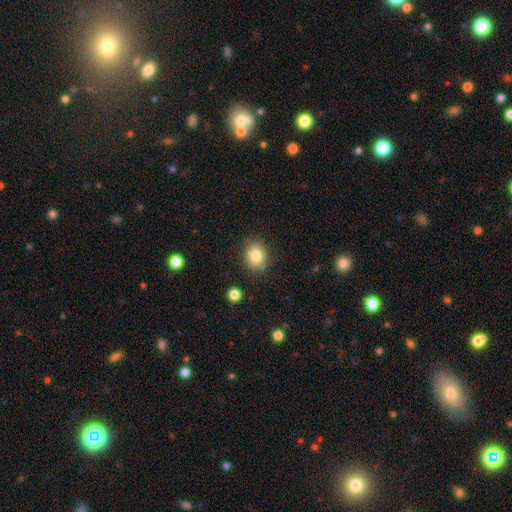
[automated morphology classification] smooth_or_featured: smooth (p=0.82) [alt: star or artifact p=0.10]
how_rounded: round (p=0.64) [alt: in between p=0.35]
merging: none (p=0.82) [alt: minor disturbance p=0.12]